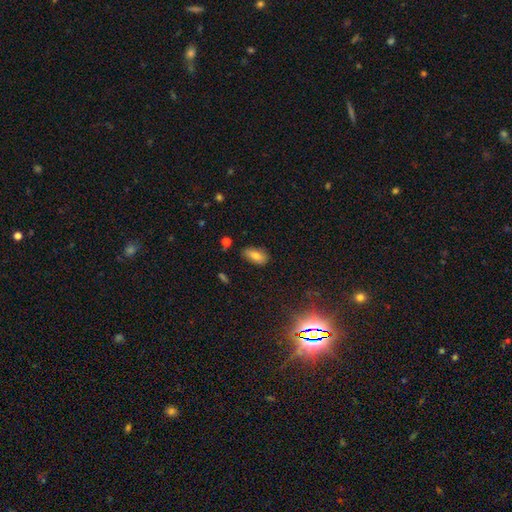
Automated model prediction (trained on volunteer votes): A smooth galaxy with no disk features (75%) that is in between round and cigar-shaped (89%).

Vote fractions:
- Smooth or featured? smooth: 75% / featured or disk: 13% / star or artifact: 11%
- How rounded? in between: 89% / cigar-shaped: 6% / round: 4%
- Merging? none: 79% / minor disturbance: 15% / major disturbance: 3% / merger: 2%